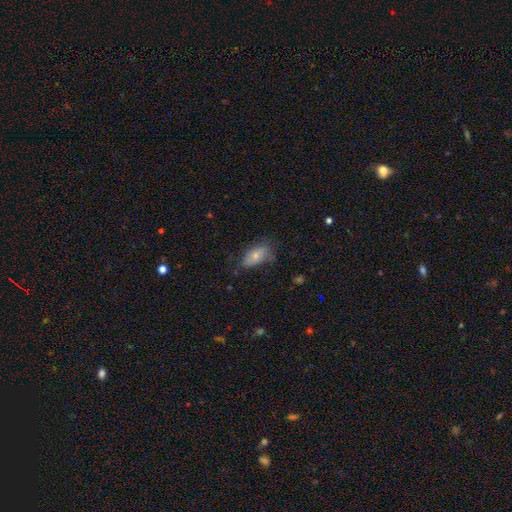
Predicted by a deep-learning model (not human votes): Overall: smooth (73%). How rounded: in between (90%). Merging: none (60%; minor disturbance 29%).